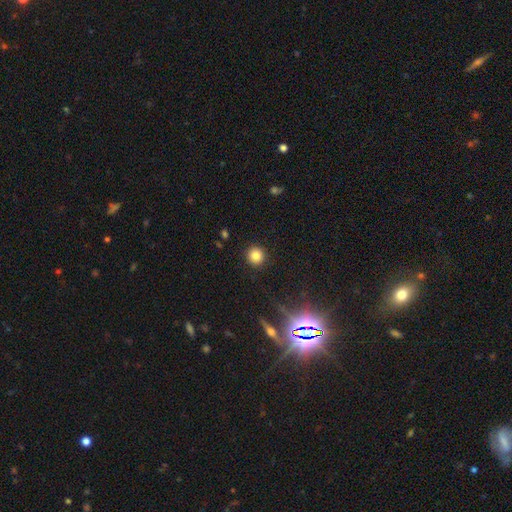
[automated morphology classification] This appears to be a smooth galaxy with no disk features (83%) that is round (93%). Merging: none (92%).